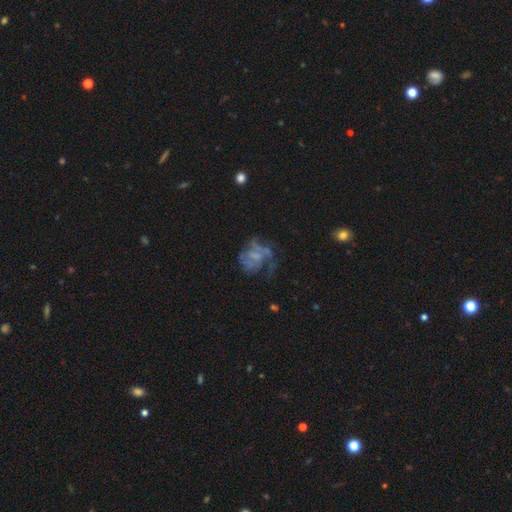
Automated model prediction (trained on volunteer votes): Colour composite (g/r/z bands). It shows a featured or disk galaxy (61%) with no bar (65%), spiral arms (54%) and no central bulge (54%). Merging: major disturbance (39%).